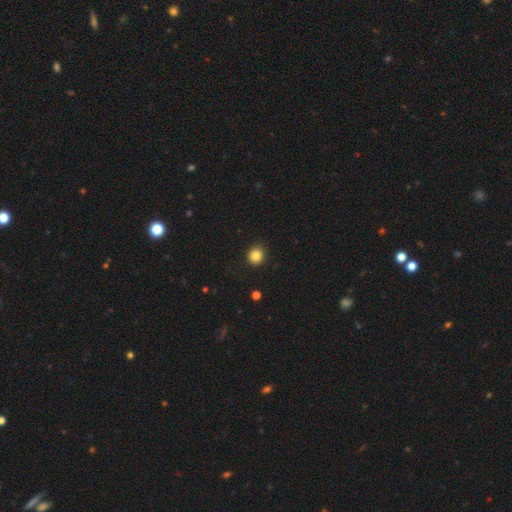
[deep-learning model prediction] A smooth galaxy with no disk features (85%) that is round (88%).

Vote fractions:
- Smooth or featured? smooth: 85% / star or artifact: 11% / featured or disk: 4%
- How rounded? round: 88% / in between: 11% / cigar-shaped: 1%
- Merging? none: 90% / minor disturbance: 7% / major disturbance: 2% / merger: 1%